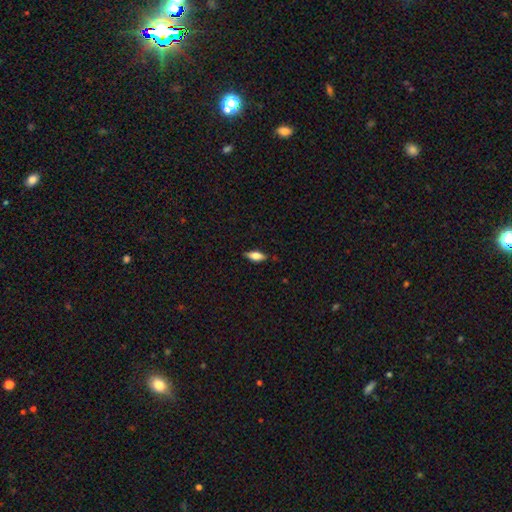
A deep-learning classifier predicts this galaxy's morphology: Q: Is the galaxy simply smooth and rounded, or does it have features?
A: smooth — 62%.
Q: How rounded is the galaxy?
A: in between — 74%.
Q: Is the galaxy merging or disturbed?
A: none — 85%.